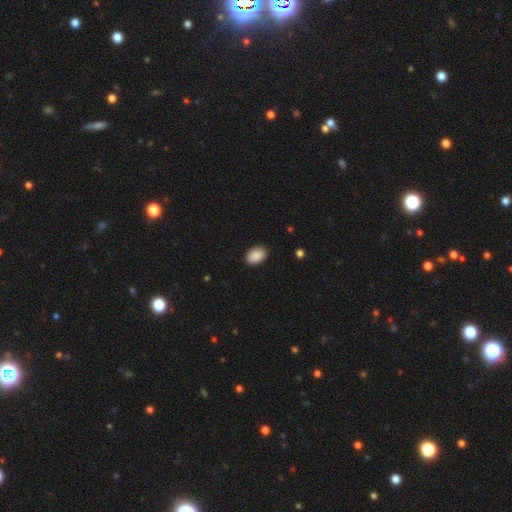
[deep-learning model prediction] Smooth or featured: smooth — 90% (star or artifact — 7%)
How rounded: in between — 83% (round — 16%)
Merging: none — 88% (minor disturbance — 9%)